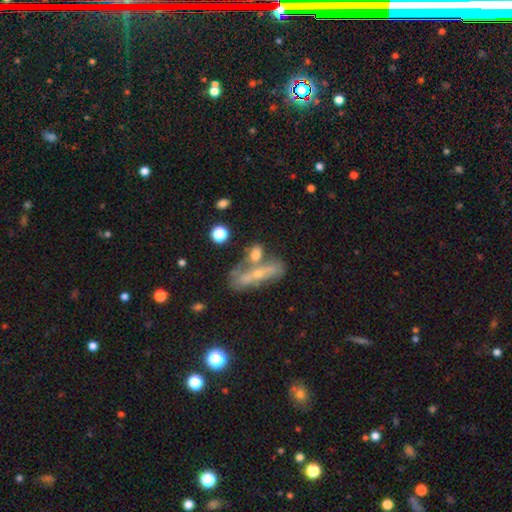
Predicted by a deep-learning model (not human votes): Smooth or featured? featured or disk (47%)
Merging? none (39%)